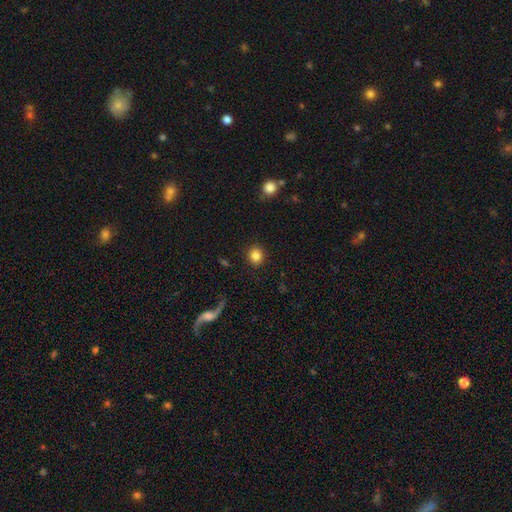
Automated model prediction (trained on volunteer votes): This appears to be a smooth galaxy with no disk features (84%) that is round (83%). Merging: none (91%).